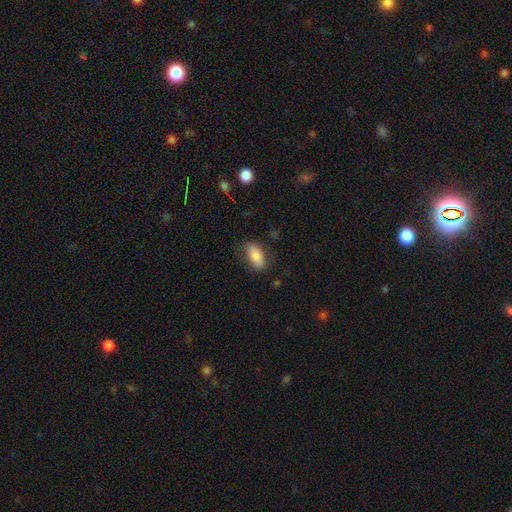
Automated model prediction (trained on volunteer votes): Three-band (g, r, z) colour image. It shows a smooth galaxy with no disk features (83%) that is in between round and cigar-shaped (87%). Merging: none (79%).